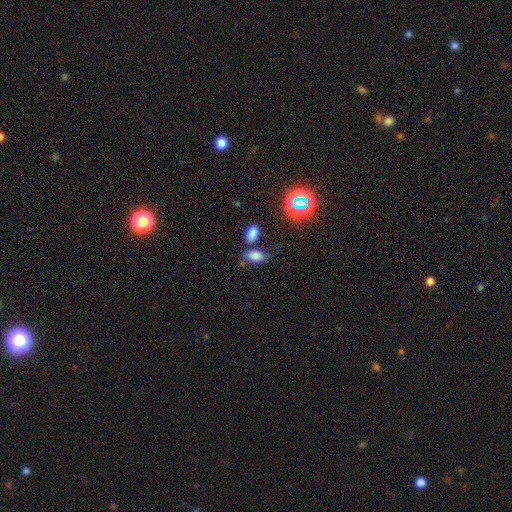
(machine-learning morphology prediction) smooth_or_featured: smooth (p=0.76) [alt: star or artifact p=0.15]
how_rounded: in between (p=0.91) [alt: round p=0.06]
merging: none (p=0.57) [alt: minor disturbance p=0.18]